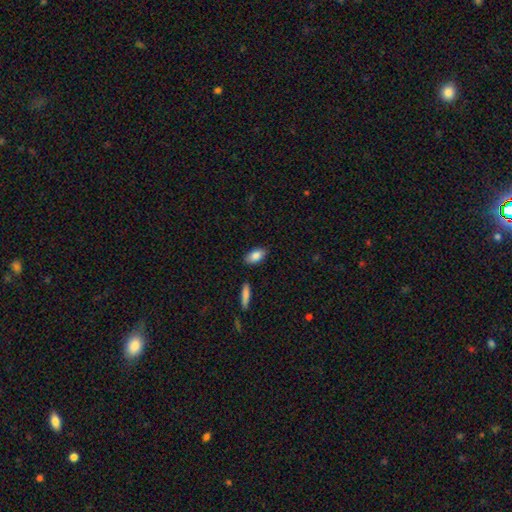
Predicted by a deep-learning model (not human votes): The model was most divided on "merging": none: 84%, minor disturbance: 11%, merger: 3%, major disturbance: 2%. More confident: how rounded — in between (89%); smooth or featured — smooth (85%).